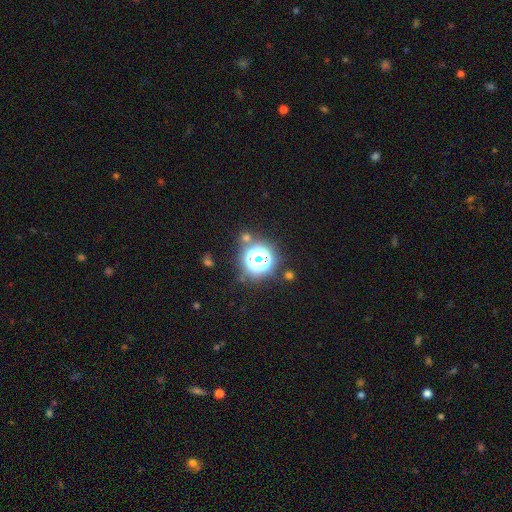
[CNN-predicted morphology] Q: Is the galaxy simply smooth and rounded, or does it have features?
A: star or artifact — 73%.